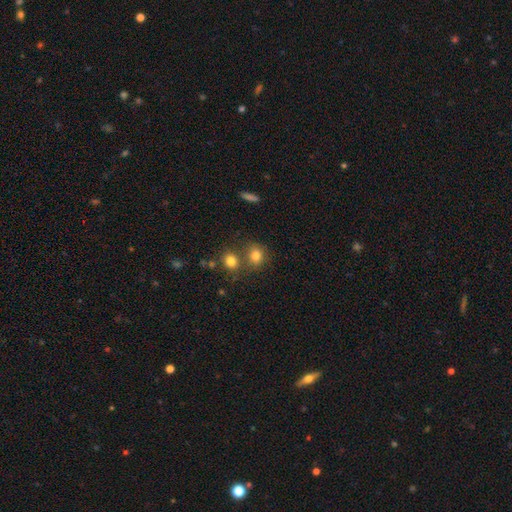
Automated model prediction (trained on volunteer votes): smooth-or-featured: smooth: 79% | star or artifact: 13% | featured or disk: 8%
  how-rounded: round: 69% | in between: 29% | cigar-shaped: 1%
  merging: none: 59% | merger: 27% | minor disturbance: 11% | major disturbance: 4%